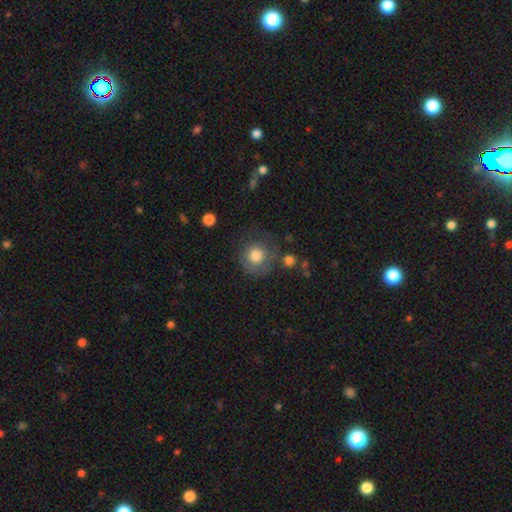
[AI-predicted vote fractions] Q: Smooth or featured?
A: smooth (75%); runner-up: featured or disk (16%)
Q: How rounded?
A: round (92%); runner-up: in between (8%)
Q: Merging?
A: none (63%); runner-up: minor disturbance (19%)